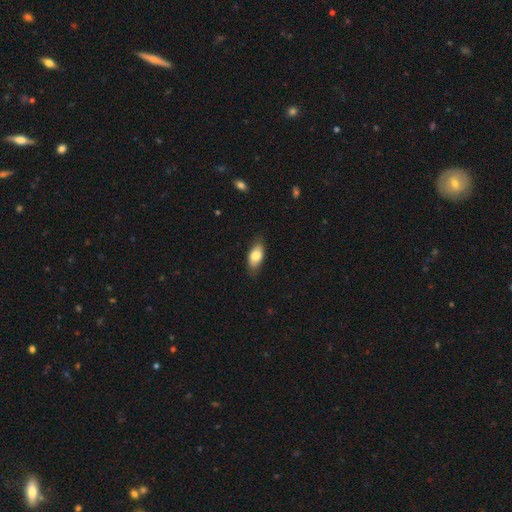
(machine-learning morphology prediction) smooth 77%, featured or disk 17%, star or artifact 6%. Down the decision tree: how rounded — in between (88%); merging — none (81%).